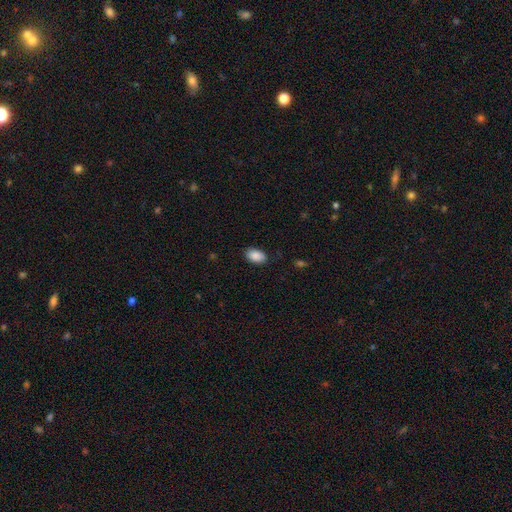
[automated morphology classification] This is clearly a smooth galaxy (89%). How rounded: clearly in between (92%). Merging: clearly none (86%).